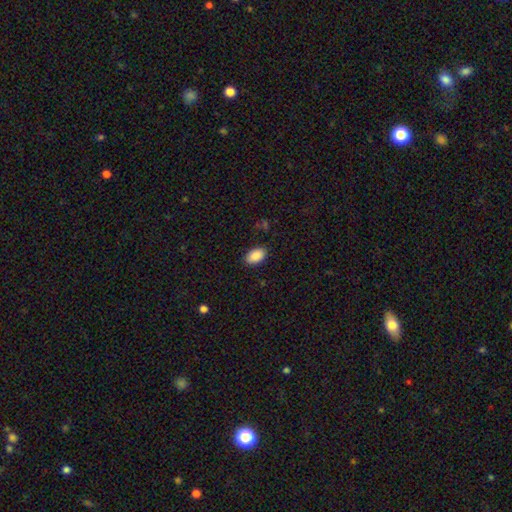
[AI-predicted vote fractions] A smooth galaxy with no disk features (90%) that is in between round and cigar-shaped (93%).

Vote fractions:
- Smooth or featured? smooth: 90% / star or artifact: 7% / featured or disk: 3%
- How rounded? in between: 93% / round: 6% / cigar-shaped: 1%
- Merging? none: 86% / minor disturbance: 10% / major disturbance: 3% / merger: 1%